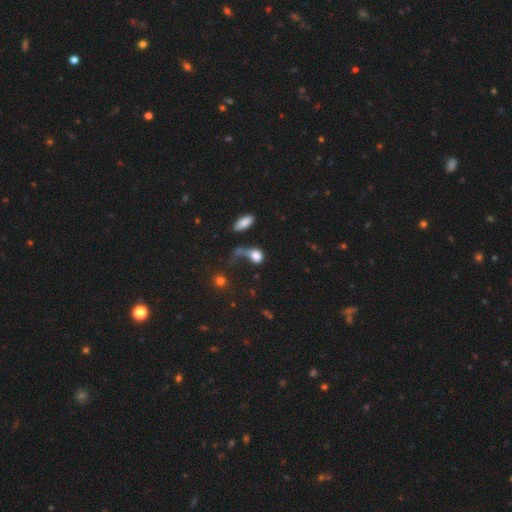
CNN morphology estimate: smooth 72%, featured or disk 16%, star or artifact 11%. Down the decision tree: how rounded — round (52%); merging — major disturbance (41%).